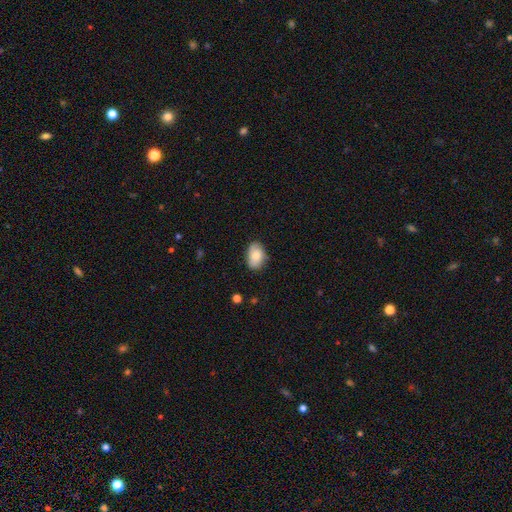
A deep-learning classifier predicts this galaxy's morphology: smooth 73%, featured or disk 20%, star or artifact 7%. Down the decision tree: how rounded — in between (84%); merging — none (76%).